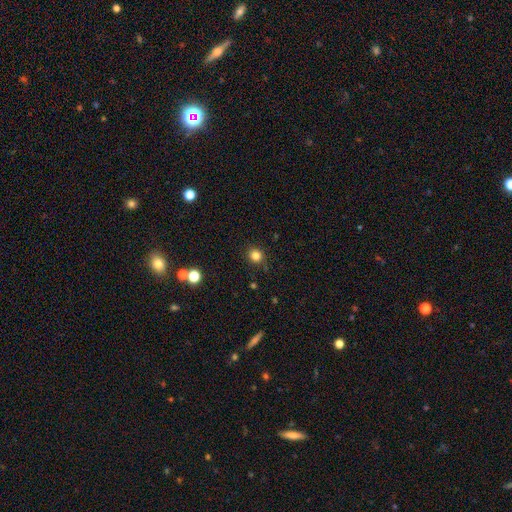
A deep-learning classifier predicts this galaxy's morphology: A smooth galaxy with no disk features (82%) that is round (87%).

Vote fractions:
- Smooth or featured? smooth: 82% / star or artifact: 13% / featured or disk: 5%
- How rounded? round: 87% / in between: 13% / cigar-shaped: 1%
- Merging? none: 87% / minor disturbance: 9% / major disturbance: 2% / merger: 2%